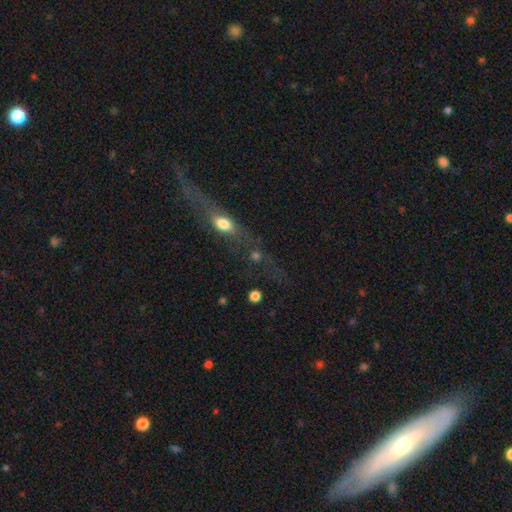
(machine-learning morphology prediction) This appears to be a featured or disk galaxy (55%) viewed edge-on (71%). Merging: none (59%).